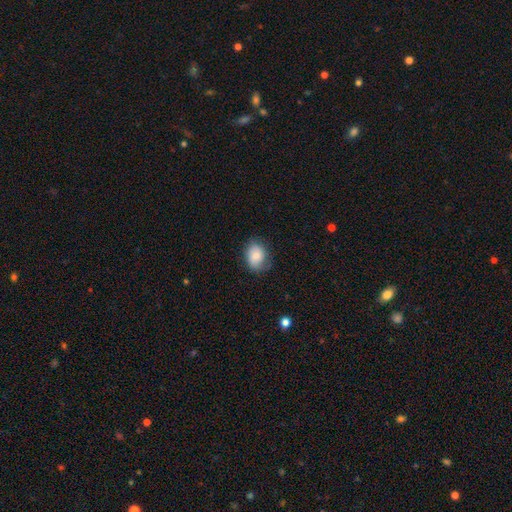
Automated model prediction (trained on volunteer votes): Smooth or featured?
  - smooth: 75% *
  - featured or disk: 17%
  - star or artifact: 7%
How rounded?
  - in between: 64% *
  - round: 35%
  - cigar-shaped: 1%
Merging?
  - none: 68% *
  - minor disturbance: 24%
  - major disturbance: 7%
  - merger: 1%